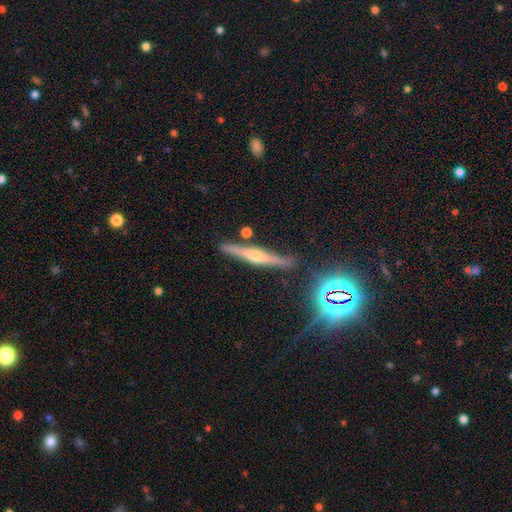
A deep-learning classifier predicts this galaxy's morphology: Overall: featured or disk (68%). Edge-on disk: yes (96%). Edge-on bulge: rounded (87%). Merging: none (82%).